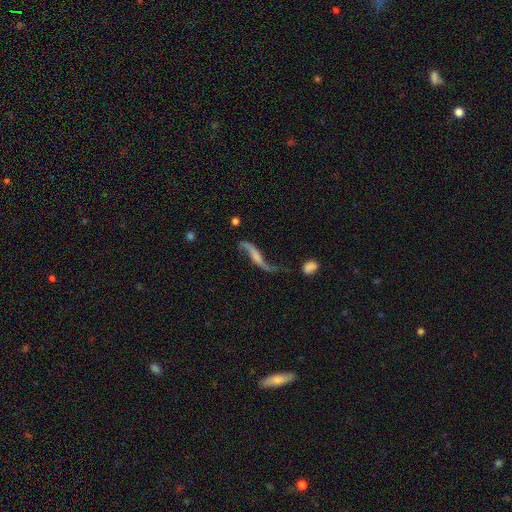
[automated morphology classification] Smooth or featured? featured or disk (78%)
Edge-on disk? no (79%)
Bar? no (47%)
Spiral arms? yes (90%)
Spiral winding? loose (95%)
Spiral arm count? 2 (91%)
Bulge size? none (53%)
Merging? none (53%)